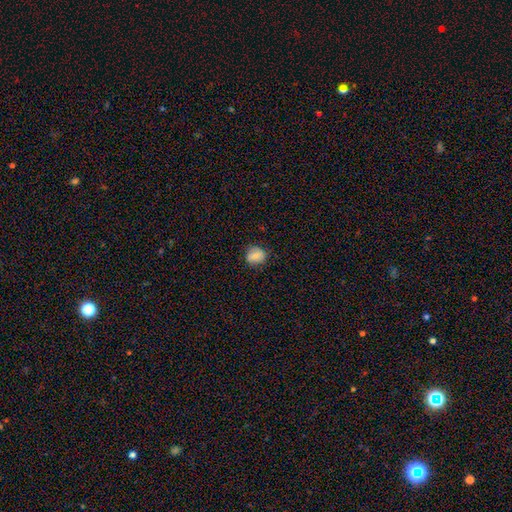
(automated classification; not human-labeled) Morphology: type=smooth (79%); roundness=round (74%); merging=none (81%).